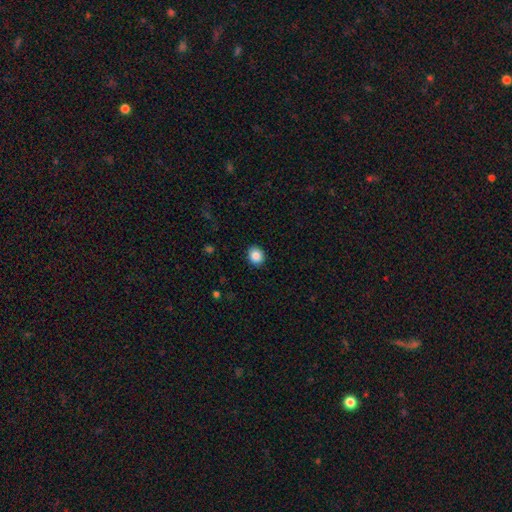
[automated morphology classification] type=smooth (87%); roundness=round (73%); merging=none (91%).